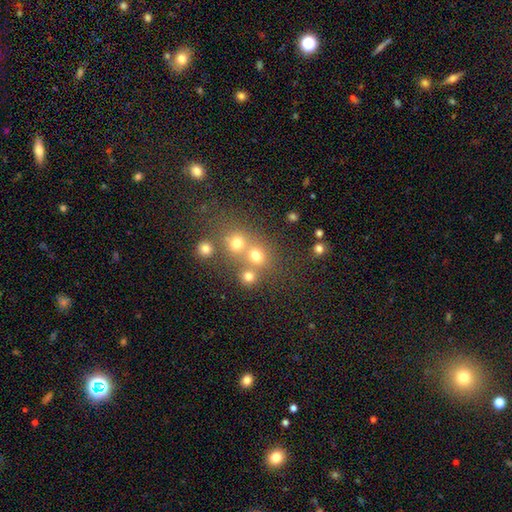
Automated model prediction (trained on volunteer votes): smooth-or-featured: smooth: 71% | star or artifact: 19% | featured or disk: 10%
  how-rounded: round: 82% | in between: 17% | cigar-shaped: 1%
  merging: none: 54% | merger: 35% | minor disturbance: 8% | major disturbance: 4%